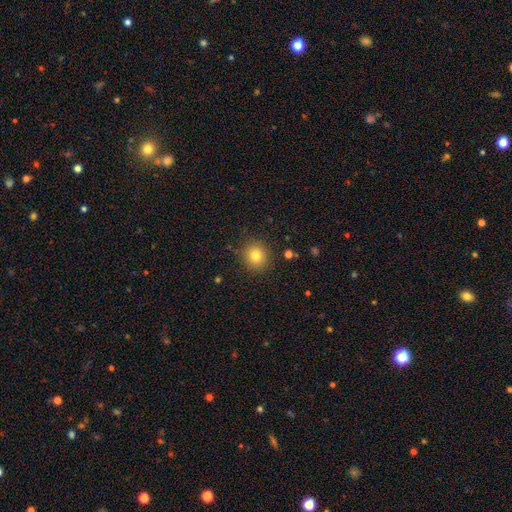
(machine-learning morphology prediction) smooth_or_featured: smooth (p=0.80) [alt: star or artifact p=0.13]
how_rounded: round (p=0.86) [alt: in between p=0.13]
merging: none (p=0.87) [alt: minor disturbance p=0.09]